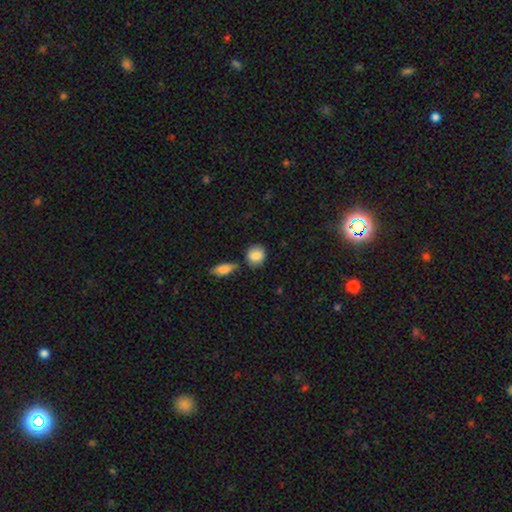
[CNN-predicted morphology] smooth-or-featured: smooth: 86% | featured or disk: 7% | star or artifact: 7%
  how-rounded: round: 67% | in between: 31% | cigar-shaped: 2%
  merging: none: 71% | minor disturbance: 15% | merger: 11% | major disturbance: 3%